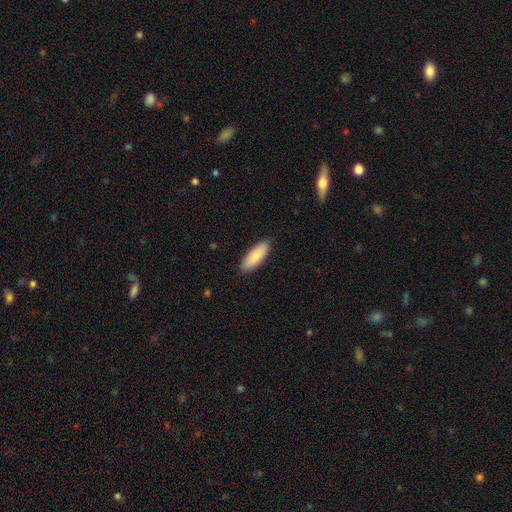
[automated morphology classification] smooth-or-featured: smooth: 84% | featured or disk: 10% | star or artifact: 5%
  how-rounded: in between: 67% | cigar-shaped: 31% | round: 2%
  merging: none: 88% | minor disturbance: 9% | major disturbance: 2% | merger: 1%